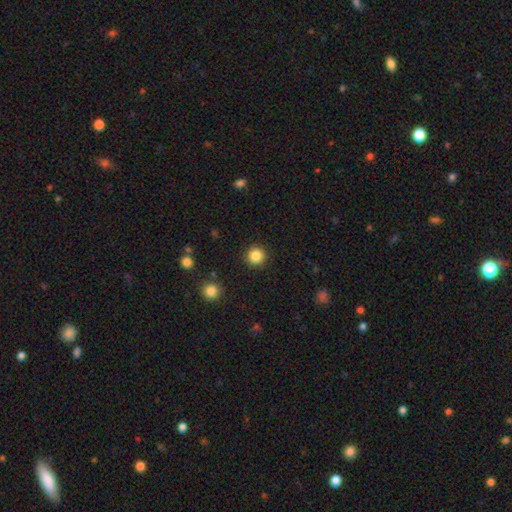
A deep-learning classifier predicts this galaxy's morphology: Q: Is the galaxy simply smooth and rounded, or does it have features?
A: smooth — 85%.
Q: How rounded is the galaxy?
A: round — 95%.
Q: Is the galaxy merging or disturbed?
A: none — 92%.